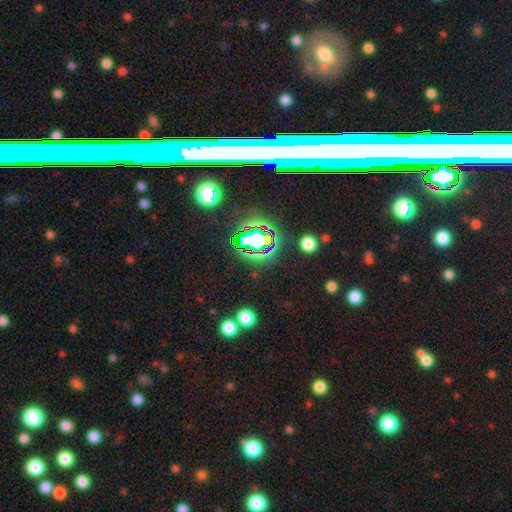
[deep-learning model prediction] star or artifact 61%, smooth 21%, featured or disk 18%.